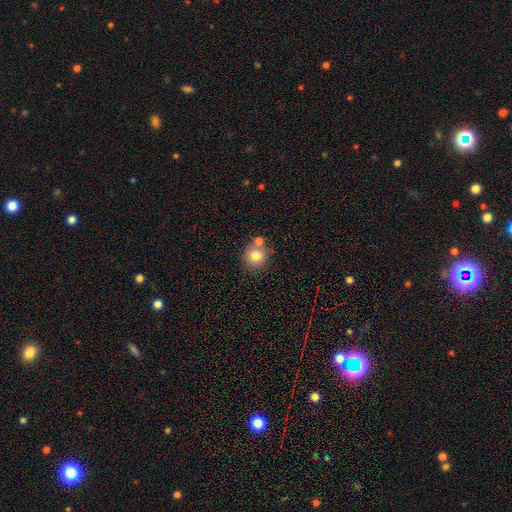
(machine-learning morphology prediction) Smooth or featured? smooth (79%)
How rounded? round (88%)
Merging? none (63%)